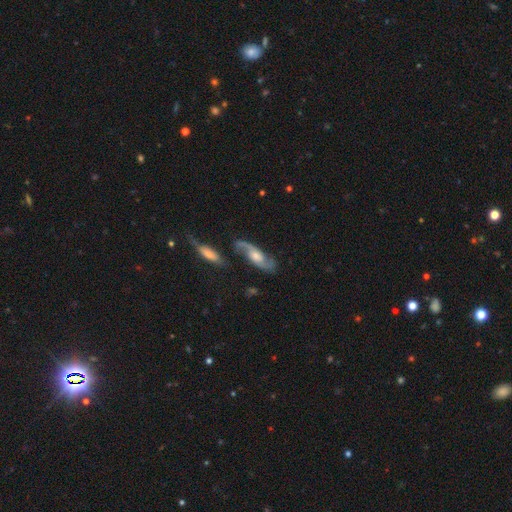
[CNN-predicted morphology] Smooth or featured: featured or disk — 83% (smooth — 11%)
Edge-on disk: no — 87% (yes — 13%)
Bar: no — 55% (weak — 35%)
Spiral arms: yes — 95% (no — 5%)
Spiral winding: medium — 44% (loose — 41%)
Spiral arm count: 2 — 90% (can't tell — 4%)
Bulge size: moderate — 54% (small — 21%)
Merging: none — 70% (minor disturbance — 16%)